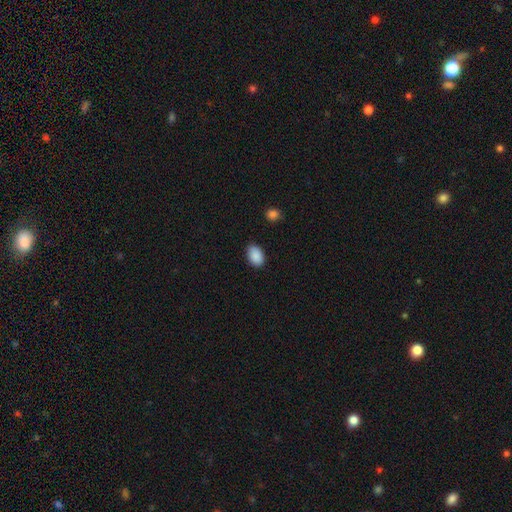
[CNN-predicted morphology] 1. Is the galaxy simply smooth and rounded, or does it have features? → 90% smooth, 7% star or artifact, 3% featured or disk.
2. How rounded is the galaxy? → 87% in between, 12% round, 1% cigar-shaped.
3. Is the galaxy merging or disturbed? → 85% none, 11% minor disturbance, 2% major disturbance, 1% merger.